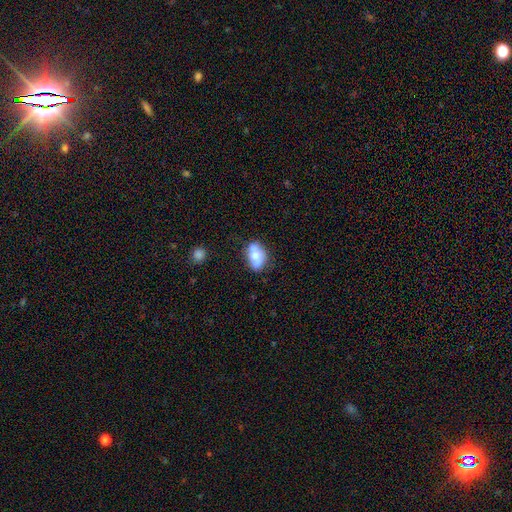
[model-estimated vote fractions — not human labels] smooth 64%, featured or disk 28%, star or artifact 8%. Down the decision tree: how rounded — in between (86%); merging — none (63%).